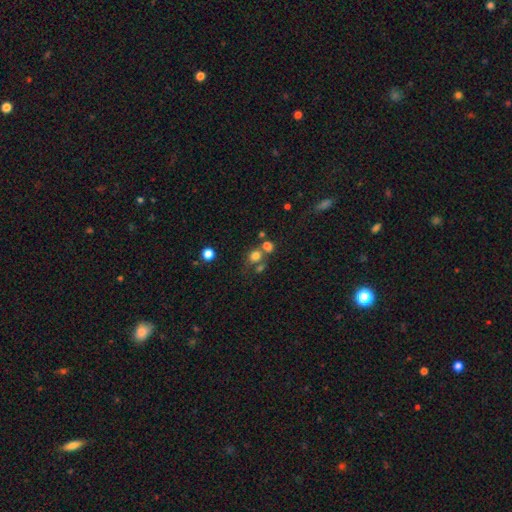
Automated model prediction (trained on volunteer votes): This is likely a smooth galaxy (74%). How rounded: likely round (72%). Merging: possibly none (48%).